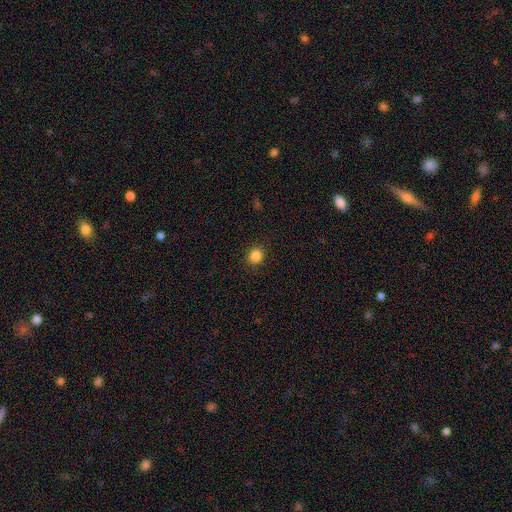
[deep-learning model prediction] This appears to be a smooth galaxy with no disk features (85%) that is round (88%). Merging: none (90%).